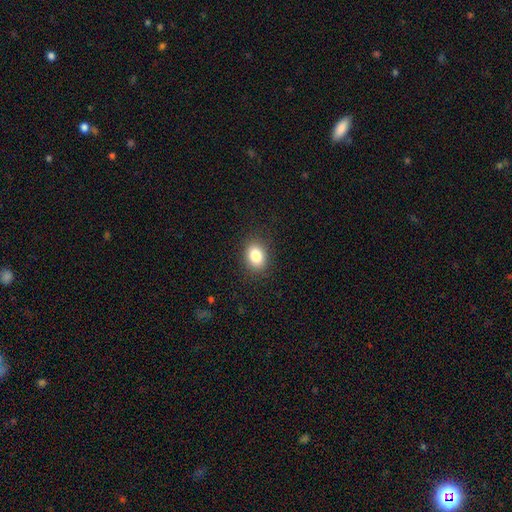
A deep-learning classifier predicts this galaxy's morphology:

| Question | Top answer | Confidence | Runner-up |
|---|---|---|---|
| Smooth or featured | smooth | 84% | star or artifact (9%) |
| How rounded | in between | 68% | round (31%) |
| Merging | none | 88% | minor disturbance (8%) |